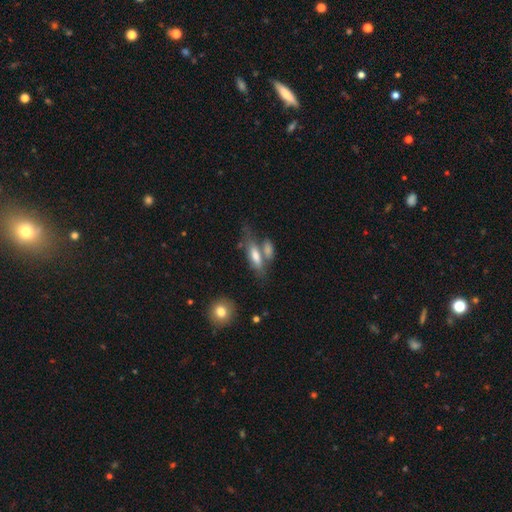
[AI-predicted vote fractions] Morphology: type=smooth (65%); roundness=in between (53%); merging=none (45%).